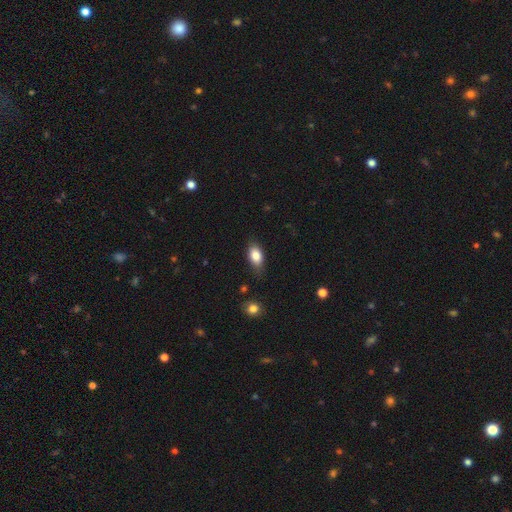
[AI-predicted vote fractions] A smooth galaxy with no disk features (82%) that is in between round and cigar-shaped (87%).

Vote fractions:
- Smooth or featured? smooth: 82% / featured or disk: 10% / star or artifact: 8%
- How rounded? in between: 87% / round: 8% / cigar-shaped: 5%
- Merging? none: 75% / minor disturbance: 19% / major disturbance: 4% / merger: 2%